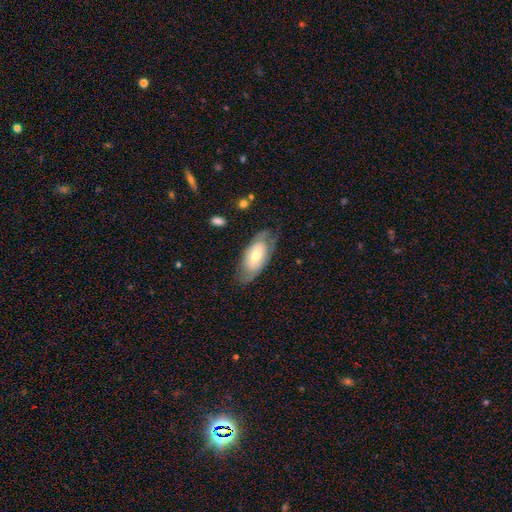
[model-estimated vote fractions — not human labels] Smooth or featured? Predicted: featured or disk (p=0.54). Edge-on disk? Predicted: no (p=0.86). Merging? Predicted: none (p=0.68).